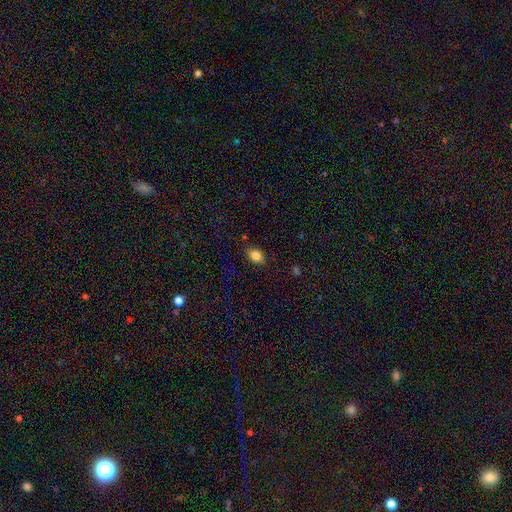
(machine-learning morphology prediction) This is clearly a smooth galaxy (84%). How rounded: likely in between (69%). Merging: clearly none (83%).